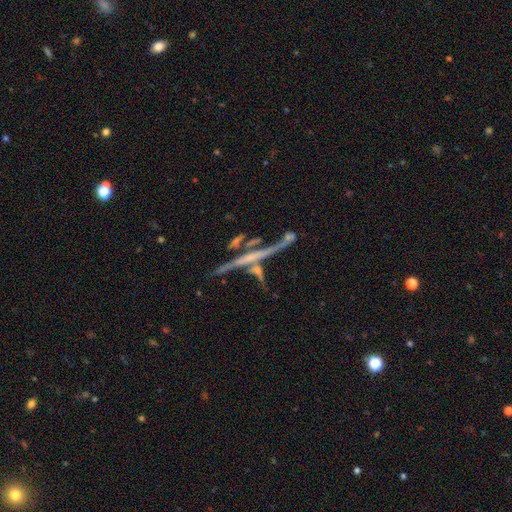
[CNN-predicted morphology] Smooth or featured: featured or disk — 67% (star or artifact — 18%)
Edge-on disk: yes — 90% (no — 10%)
Edge-on bulge: none — 69% (rounded — 21%)
Merging: none — 55% (merger — 23%)